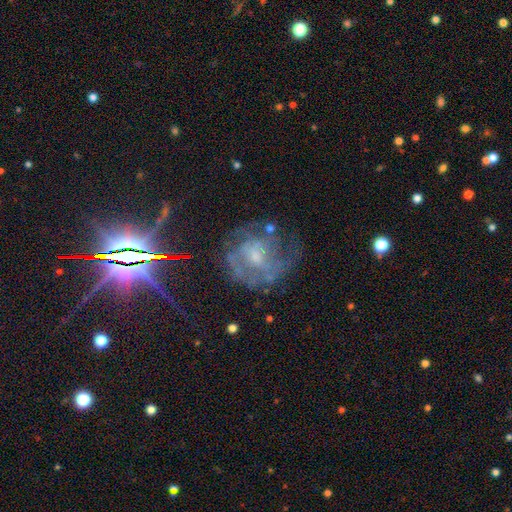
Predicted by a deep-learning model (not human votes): smooth-or-featured: featured or disk: 69% | smooth: 17% | star or artifact: 14%
  disk-edge-on: no: 97% | yes: 3%
    bar: no: 65% | weak: 29% | strong: 6%
    has-spiral-arms: yes: 70% | no: 30%
    bulge-size: small: 45% | moderate: 38% | none: 13% | large: 3% | dominant: 1%
  merging: none: 55% | major disturbance: 21% | minor disturbance: 20% | merger: 3%